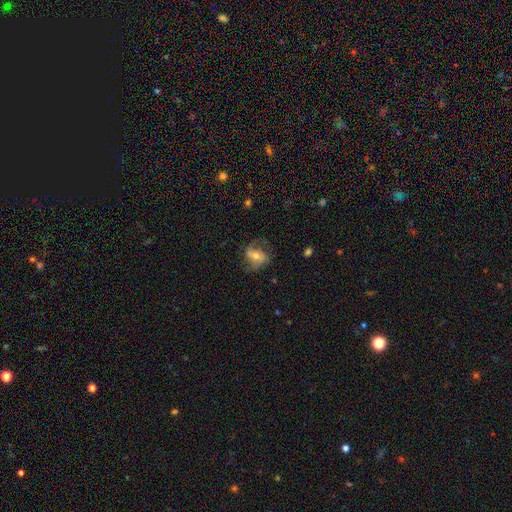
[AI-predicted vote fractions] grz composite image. It shows a featured or disk galaxy (67%) with no bar (38%), 2 (82%) medium (43%) spiral arms (89%) and a moderate central bulge (59%). Merging: none (65%).